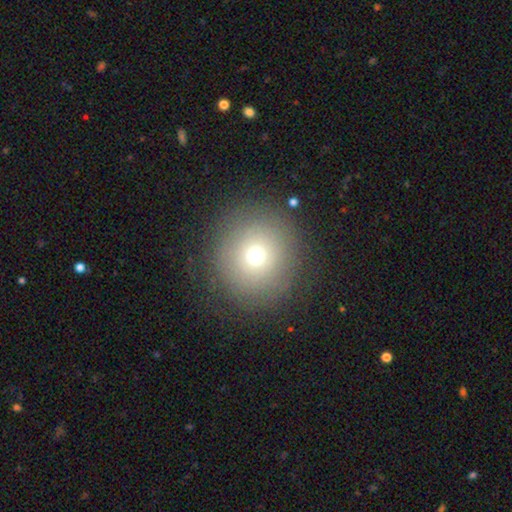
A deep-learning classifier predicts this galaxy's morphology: smooth_or_featured: smooth (p=0.69) [alt: star or artifact p=0.17]
how_rounded: round (p=0.93) [alt: in between p=0.06]
merging: none (p=0.86) [alt: minor disturbance p=0.08]